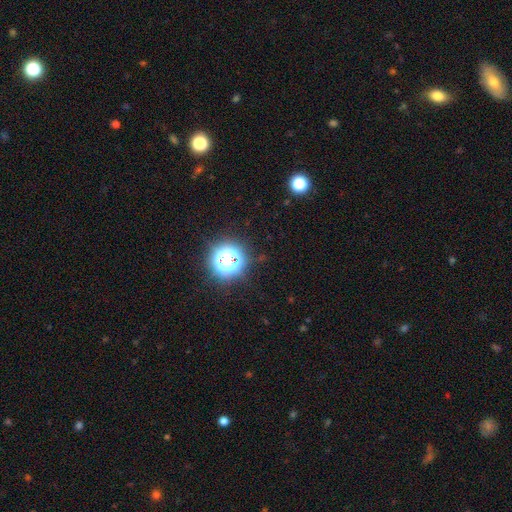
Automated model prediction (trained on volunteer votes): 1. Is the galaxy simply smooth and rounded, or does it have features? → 79% star or artifact, 15% smooth, 6% featured or disk.